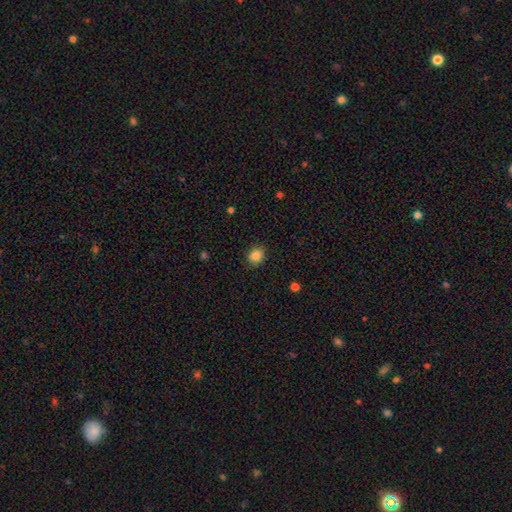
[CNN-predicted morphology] This is clearly a smooth galaxy (85%). How rounded: likely round (79%). Merging: clearly none (90%).